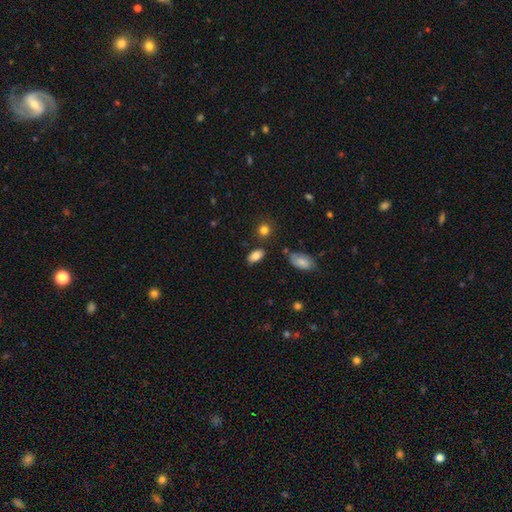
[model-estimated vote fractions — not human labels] Smooth or featured: smooth — 83% (featured or disk — 9%)
How rounded: in between — 90% (round — 6%)
Merging: none — 78% (minor disturbance — 14%)